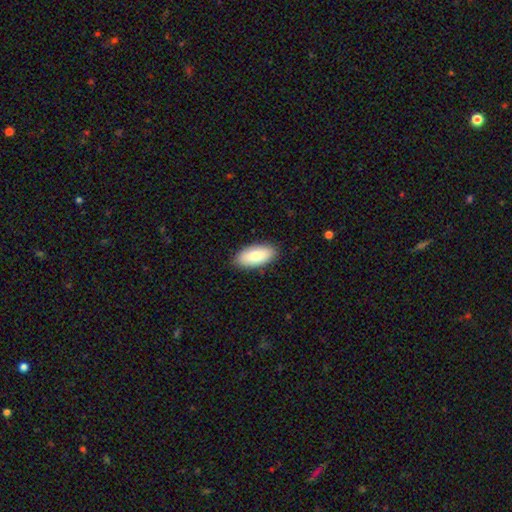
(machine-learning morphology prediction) This appears to be a smooth galaxy with no disk features (79%) that is in between round and cigar-shaped (91%). Merging: none (87%).